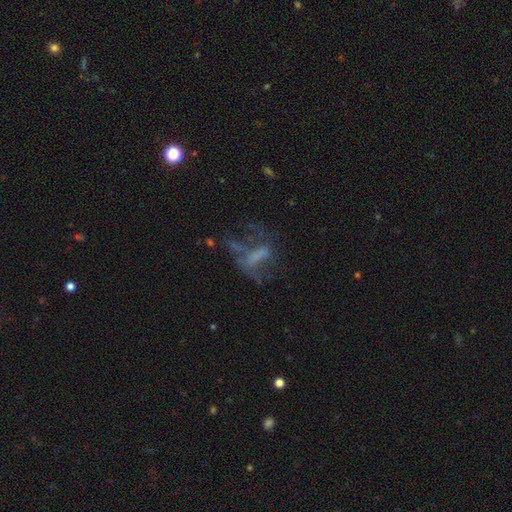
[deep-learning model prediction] smooth-or-featured: featured or disk: 49% | smooth: 28% | star or artifact: 22%
  merging: major disturbance: 45% | none: 32% | minor disturbance: 15% | merger: 8%